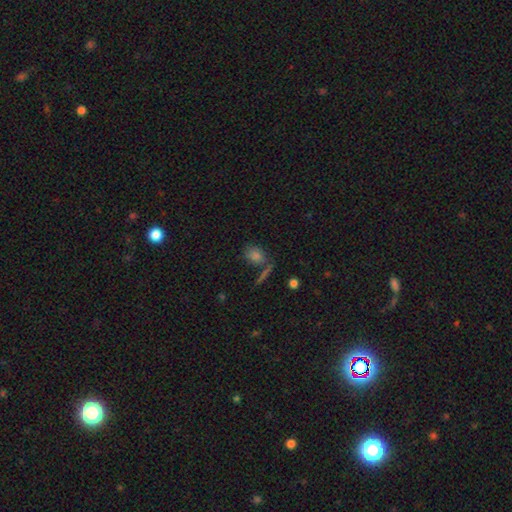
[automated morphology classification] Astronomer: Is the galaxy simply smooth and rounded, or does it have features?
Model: smooth — 72%.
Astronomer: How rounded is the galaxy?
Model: in between — 54% (runner-up: round, 40%).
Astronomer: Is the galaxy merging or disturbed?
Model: none — 63%.